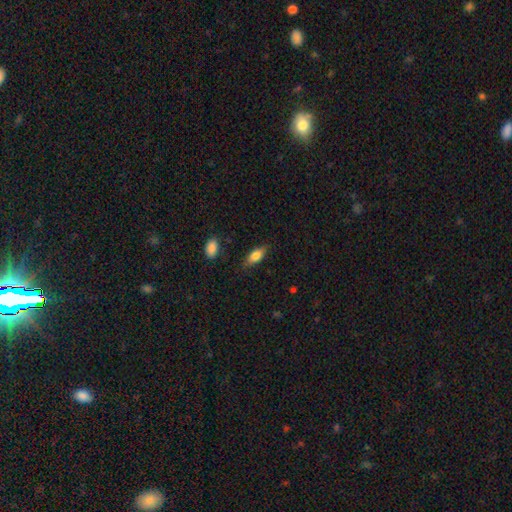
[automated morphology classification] Smooth or featured? smooth (73%)
How rounded? in between (76%)
Merging? none (79%)